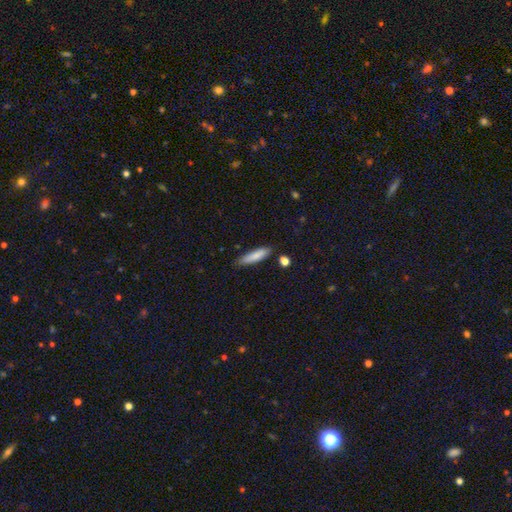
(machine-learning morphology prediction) The model was most divided on "how rounded": cigar-shaped: 77%, in between: 22%, round: 2%. More confident: merging — none (83%); smooth or featured — smooth (82%).